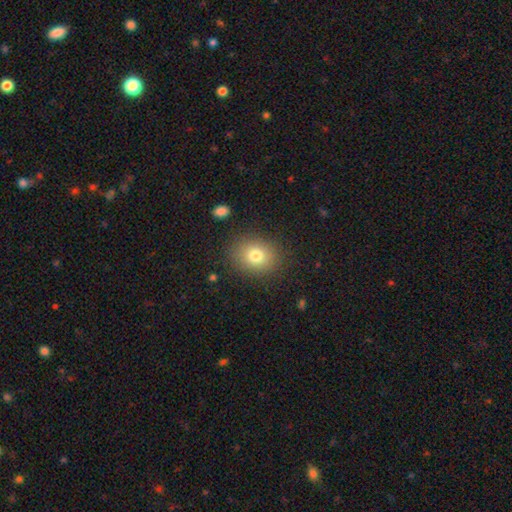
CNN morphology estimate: Overall: smooth (79%). How rounded: round (58%; in between 41%). Merging: none (86%).